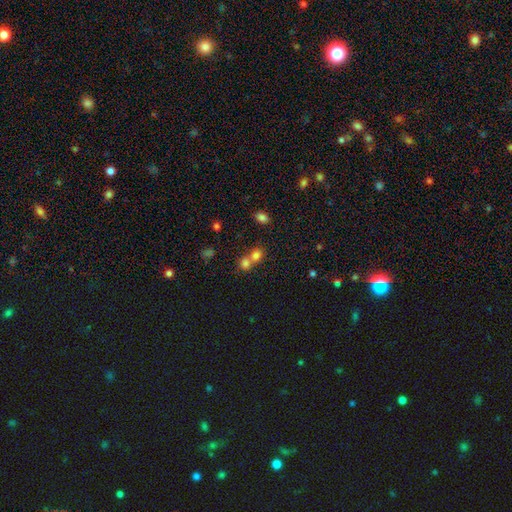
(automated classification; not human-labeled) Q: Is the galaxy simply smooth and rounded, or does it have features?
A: smooth — 76%.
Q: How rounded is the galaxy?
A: round — 66%.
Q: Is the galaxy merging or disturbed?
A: merger — 60%.